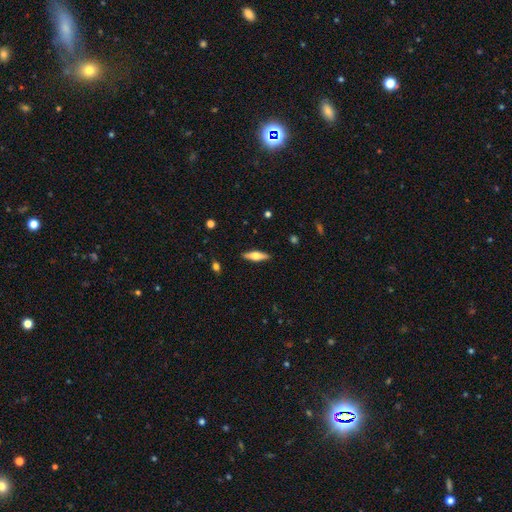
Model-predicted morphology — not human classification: Smooth or featured? Predicted: smooth (p=0.52). How rounded? Predicted: cigar-shaped (p=0.59). Merging? Predicted: none (p=0.89).